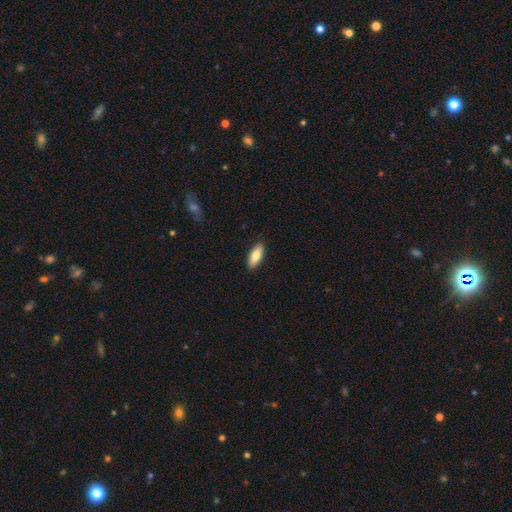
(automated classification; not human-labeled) Smooth or featured? smooth (82%)
How rounded? in between (74%)
Merging? none (90%)